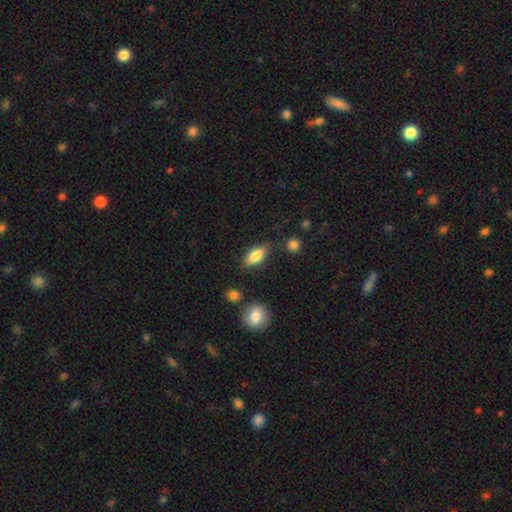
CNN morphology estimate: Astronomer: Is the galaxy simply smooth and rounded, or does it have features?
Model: smooth — 81%.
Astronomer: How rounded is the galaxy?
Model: in between — 84%.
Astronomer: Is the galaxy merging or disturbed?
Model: none — 79%.